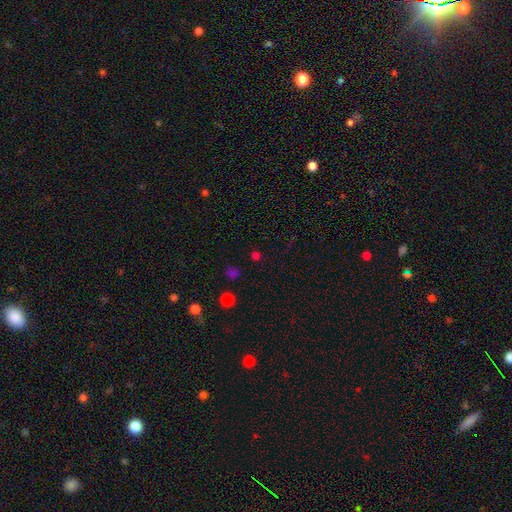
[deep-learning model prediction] Overall: smooth (53%; star or artifact 42%). How rounded: round (86%). Merging: none (84%).